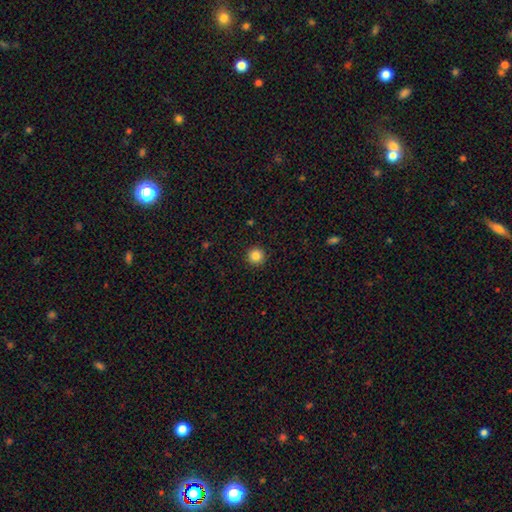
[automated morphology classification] Smooth or featured?
  - smooth: 84% *
  - star or artifact: 11%
  - featured or disk: 5%
How rounded?
  - round: 96% *
  - in between: 3%
  - cigar-shaped: 1%
Merging?
  - none: 93% *
  - minor disturbance: 4%
  - major disturbance: 2%
  - merger: 1%